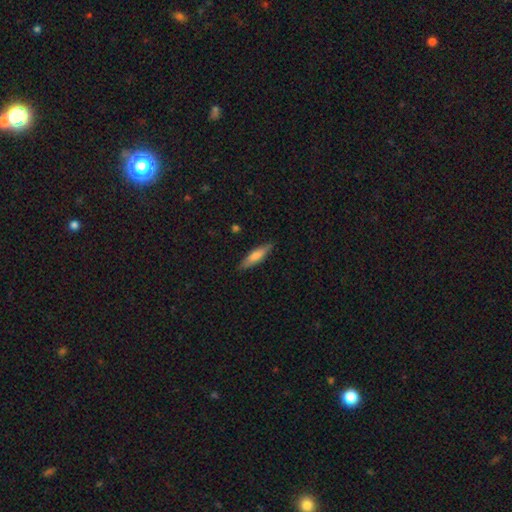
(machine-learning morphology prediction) Smooth or featured: smooth — 70% (featured or disk — 24%)
How rounded: cigar-shaped — 73% (in between — 25%)
Merging: none — 87% (minor disturbance — 10%)